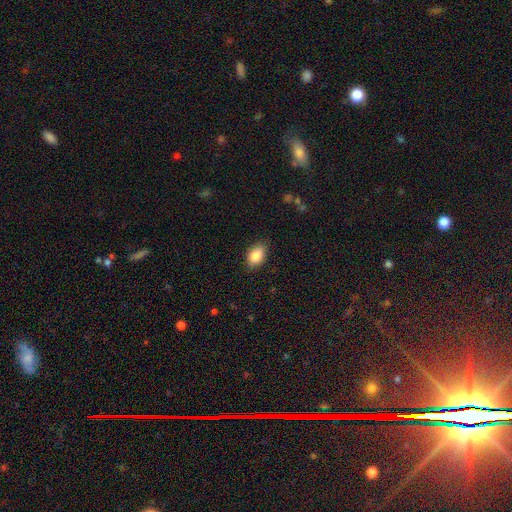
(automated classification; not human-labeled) smooth-or-featured: smooth: 88% | star or artifact: 7% | featured or disk: 5%
  how-rounded: in between: 90% | round: 9% | cigar-shaped: 2%
  merging: none: 83% | minor disturbance: 13% | major disturbance: 3% | merger: 1%